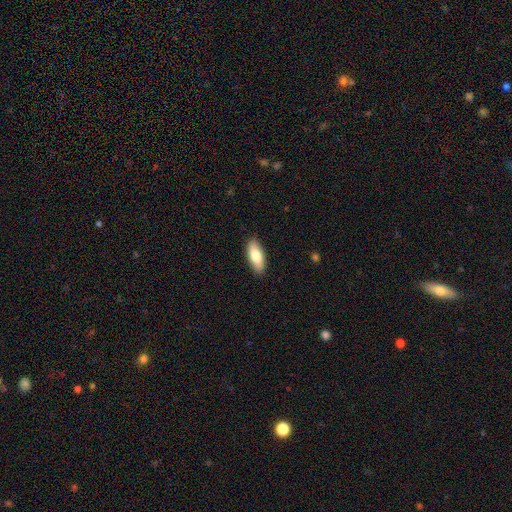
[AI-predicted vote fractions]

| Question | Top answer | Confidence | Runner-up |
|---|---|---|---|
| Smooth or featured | smooth | 80% | featured or disk (15%) |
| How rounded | in between | 77% | cigar-shaped (21%) |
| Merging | none | 89% | minor disturbance (9%) |